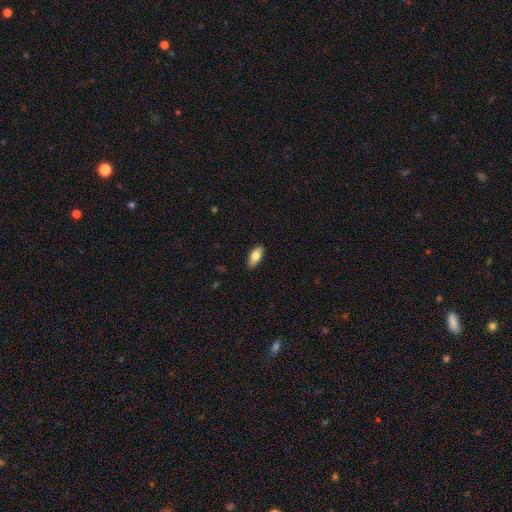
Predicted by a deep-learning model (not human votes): Smooth or featured? smooth (80%)
How rounded? in between (88%)
Merging? none (89%)